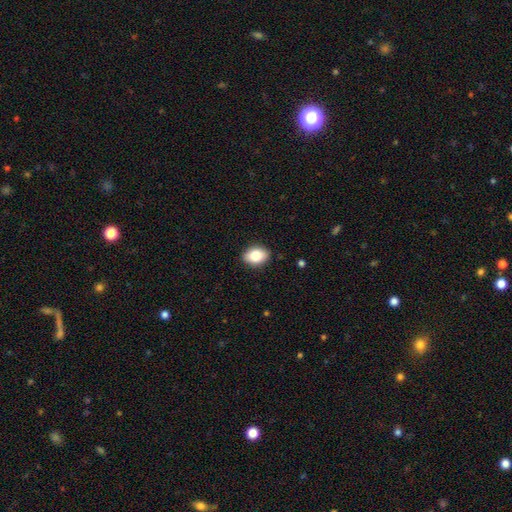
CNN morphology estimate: This is clearly a smooth galaxy (82%). How rounded: likely in between (75%). Merging: clearly none (89%).